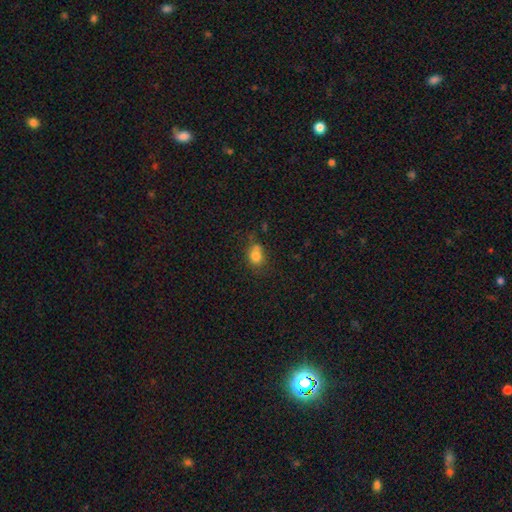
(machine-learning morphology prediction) Q: Smooth or featured?
A: smooth (78%); runner-up: star or artifact (12%)
Q: How rounded?
A: round (63%); runner-up: in between (36%)
Q: Merging?
A: none (52%); runner-up: merger (20%)